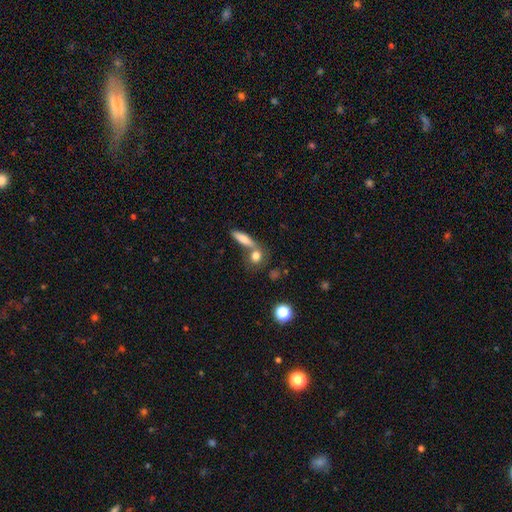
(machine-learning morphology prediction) A smooth galaxy with no disk features (76%) that is round (47%).

Vote fractions:
- Smooth or featured? smooth: 76% / featured or disk: 14% / star or artifact: 10%
- How rounded? round: 47% / in between: 37% / cigar-shaped: 16%
- Merging? none: 49% / merger: 36% / minor disturbance: 10% / major disturbance: 5%